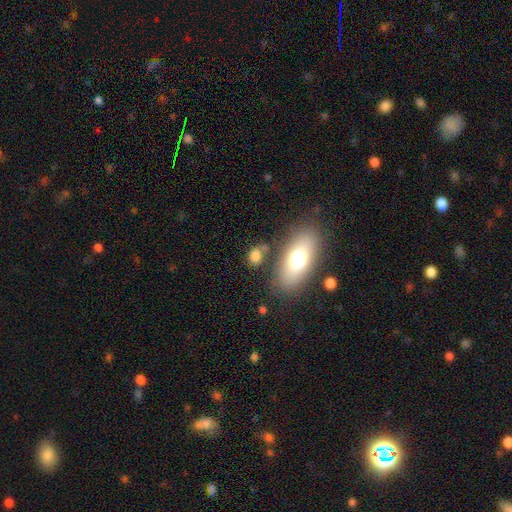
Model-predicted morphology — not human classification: This is likely a smooth galaxy (75%). How rounded: likely in between (64%). Merging: likely none (65%).